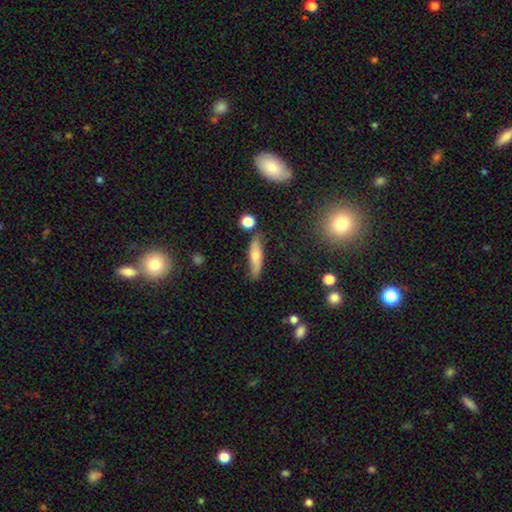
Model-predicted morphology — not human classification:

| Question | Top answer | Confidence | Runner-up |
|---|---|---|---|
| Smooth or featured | smooth | 65% | featured or disk (28%) |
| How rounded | cigar-shaped | 66% | in between (32%) |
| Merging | none | 72% | minor disturbance (18%) |